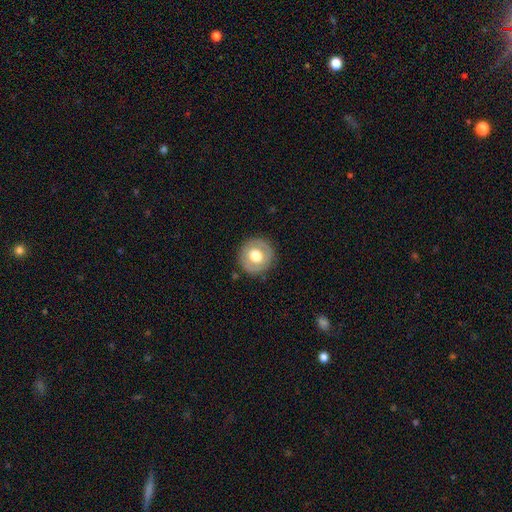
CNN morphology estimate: This appears to be a smooth galaxy with no disk features (63%) that is round (93%). Merging: none (87%).